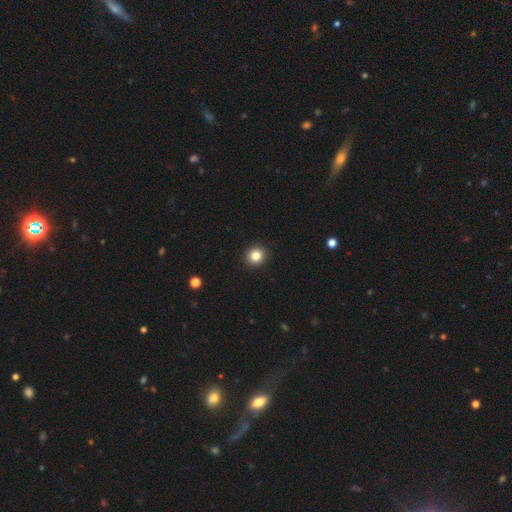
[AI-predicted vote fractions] smooth 84%, star or artifact 11%, featured or disk 5%. Down the decision tree: how rounded — round (91%); merging — none (93%).